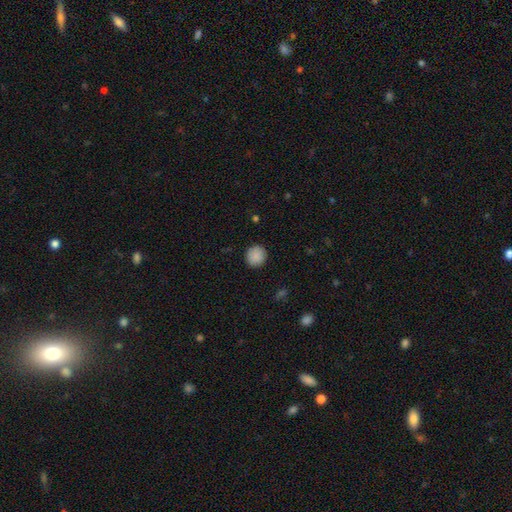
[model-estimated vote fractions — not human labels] smooth-or-featured: smooth: 88% | star or artifact: 8% | featured or disk: 4%
  how-rounded: round: 89% | in between: 10% | cigar-shaped: 1%
  merging: none: 90% | minor disturbance: 7% | major disturbance: 2% | merger: 1%